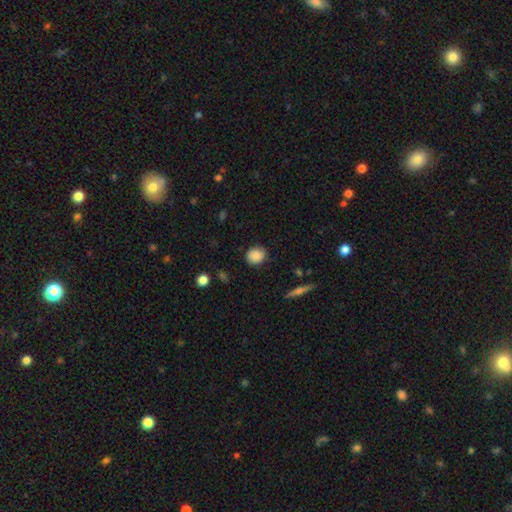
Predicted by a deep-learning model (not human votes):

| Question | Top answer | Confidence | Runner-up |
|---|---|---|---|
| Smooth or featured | smooth | 86% | star or artifact (8%) |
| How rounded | round | 78% | in between (21%) |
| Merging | none | 82% | minor disturbance (14%) |